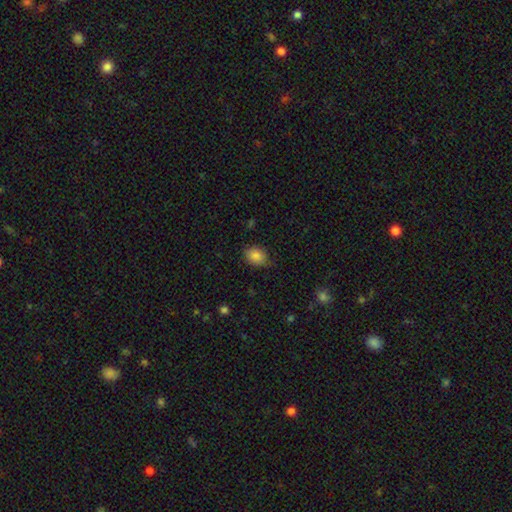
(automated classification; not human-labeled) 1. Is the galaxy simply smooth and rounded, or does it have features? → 84% smooth, 9% star or artifact, 7% featured or disk.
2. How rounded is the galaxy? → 60% in between, 39% round, 1% cigar-shaped.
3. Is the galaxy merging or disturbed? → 70% none, 25% minor disturbance, 4% major disturbance, 1% merger.